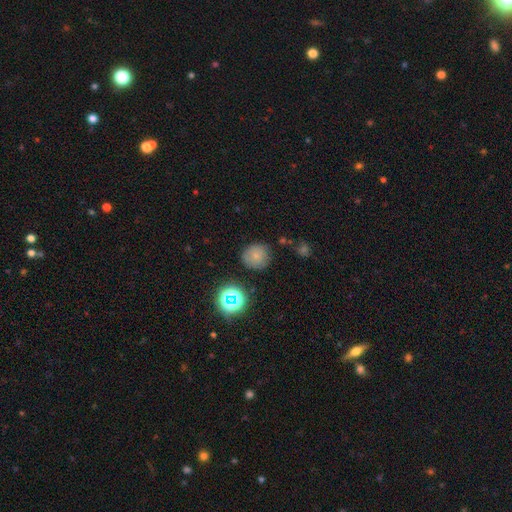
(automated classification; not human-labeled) smooth_or_featured: smooth (p=0.72) [alt: star or artifact p=0.17]
how_rounded: round (p=0.89) [alt: in between p=0.10]
merging: none (p=0.77) [alt: minor disturbance p=0.15]